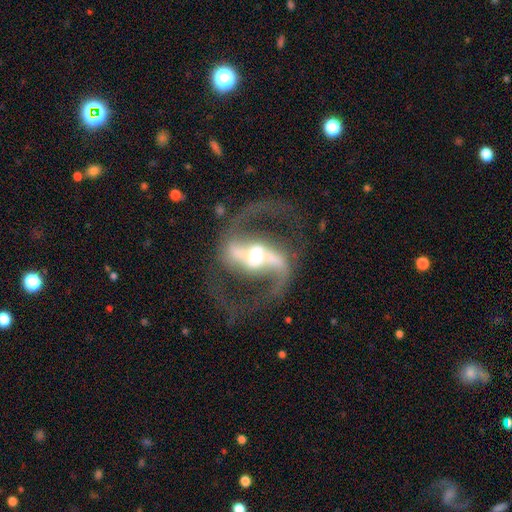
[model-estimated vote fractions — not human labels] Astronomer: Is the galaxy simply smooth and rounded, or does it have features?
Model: featured or disk — 93%.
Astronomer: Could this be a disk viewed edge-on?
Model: no — 97%.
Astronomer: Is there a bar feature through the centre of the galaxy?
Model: strong — 67%.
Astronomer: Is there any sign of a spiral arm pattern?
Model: yes — 98%.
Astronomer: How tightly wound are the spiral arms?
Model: medium — 60%.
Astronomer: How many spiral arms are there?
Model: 2 — 94%.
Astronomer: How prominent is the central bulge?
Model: moderate — 55%.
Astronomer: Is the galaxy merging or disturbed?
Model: none — 76%.